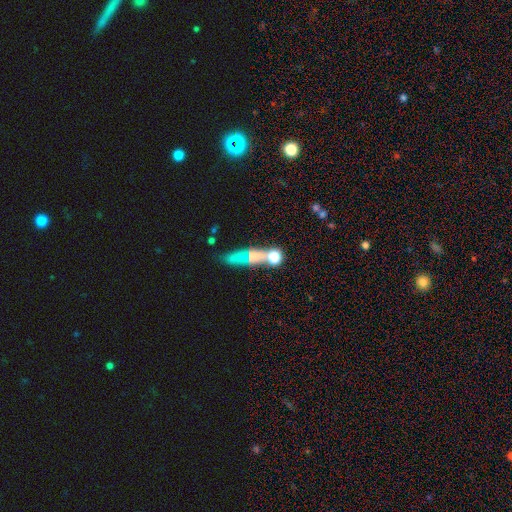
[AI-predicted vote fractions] Smooth or featured?
  - smooth: 50% *
  - featured or disk: 31%
  - star or artifact: 19%
Merging?
  - none: 59% *
  - merger: 18%
  - minor disturbance: 14%
  - major disturbance: 9%